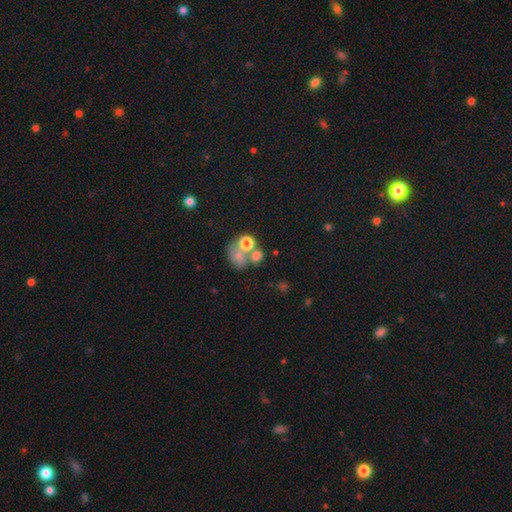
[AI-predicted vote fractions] A smooth galaxy with no disk features (66%) that is round (61%).

Vote fractions:
- Smooth or featured? smooth: 66% / featured or disk: 17% / star or artifact: 17%
- How rounded? round: 61% / in between: 38% / cigar-shaped: 1%
- Merging? merger: 48% / none: 32% / major disturbance: 10% / minor disturbance: 10%